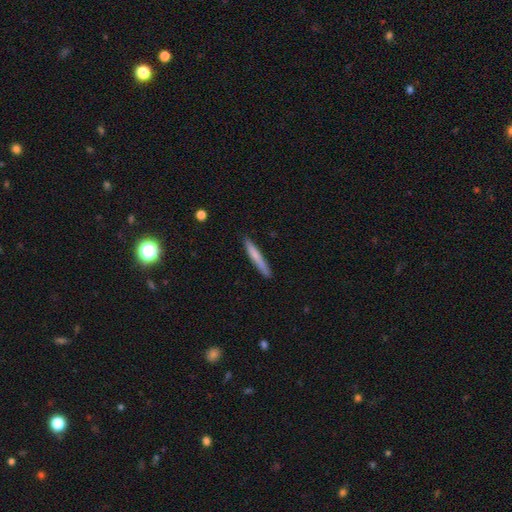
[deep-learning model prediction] Smooth or featured? smooth (70%)
How rounded? cigar-shaped (95%)
Merging? none (86%)